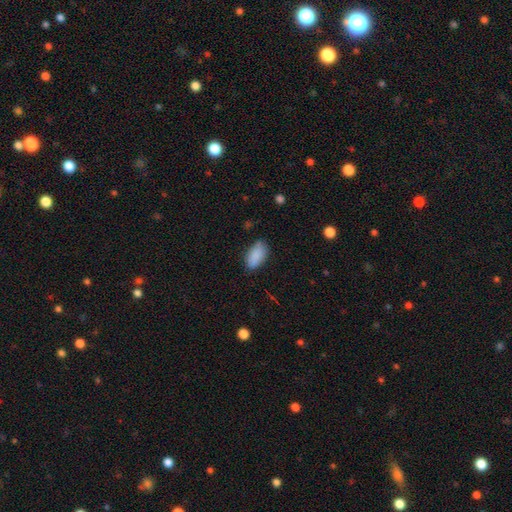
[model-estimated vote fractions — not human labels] smooth 88%, star or artifact 7%, featured or disk 5%. Down the decision tree: how rounded — in between (93%); merging — none (77%).